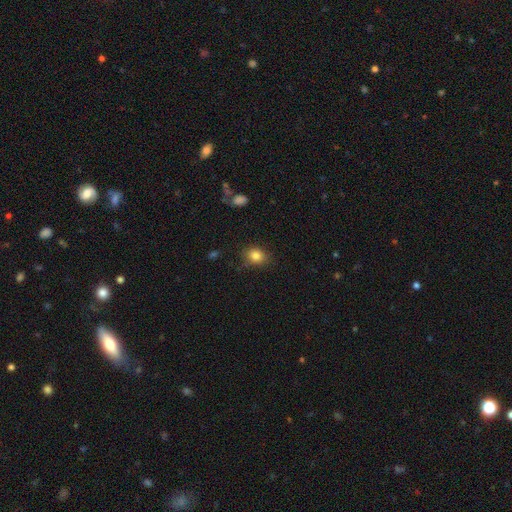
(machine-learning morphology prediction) The model was most divided on "how rounded": round: 59%, in between: 40%, cigar-shaped: 1%. More confident: smooth or featured — smooth (84%); merging — none (78%).